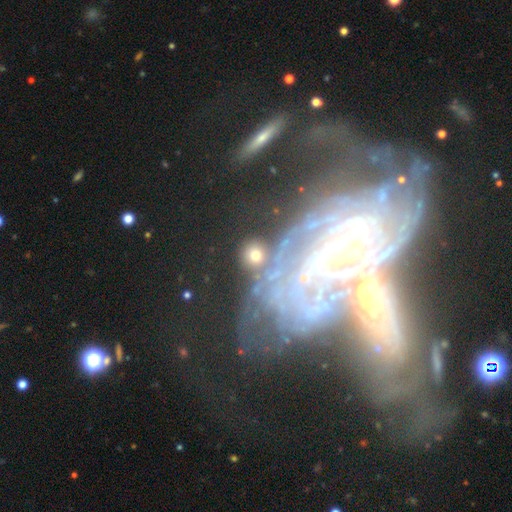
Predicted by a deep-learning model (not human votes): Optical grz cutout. It shows a smooth galaxy with no disk features (59%) that is round (89%). Merging: none (78%).